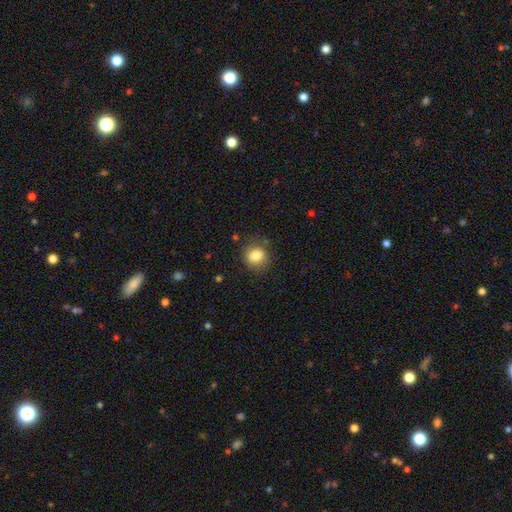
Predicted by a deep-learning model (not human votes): Smooth or featured? Predicted: smooth (p=0.83). How rounded? Predicted: round (p=0.76). Merging? Predicted: none (p=0.80).